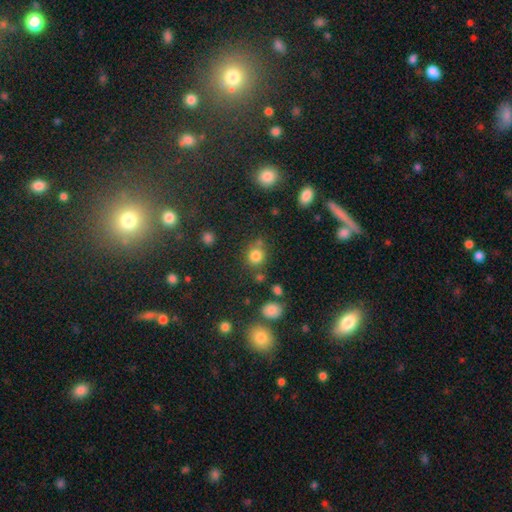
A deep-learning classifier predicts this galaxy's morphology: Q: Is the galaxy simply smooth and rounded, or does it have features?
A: smooth — 78%.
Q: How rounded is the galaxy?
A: round — 82%.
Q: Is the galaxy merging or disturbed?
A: none — 68%.